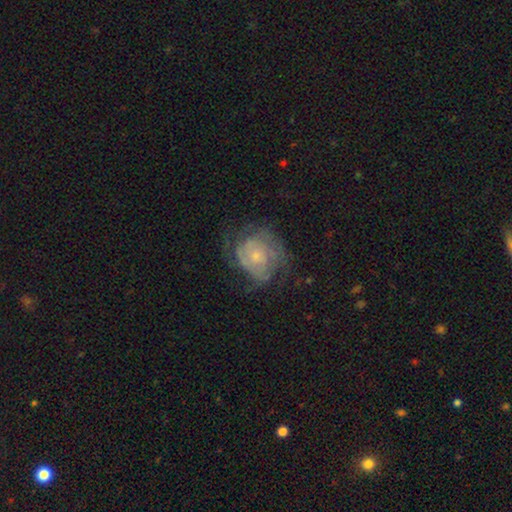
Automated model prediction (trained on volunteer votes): smooth_or_featured: featured or disk (p=0.63) [alt: smooth p=0.29]
disk_edge_on: no (p=0.98) [alt: yes p=0.02]
bar: no (p=0.81) [alt: weak p=0.17]
has_spiral_arms: yes (p=0.75) [alt: no p=0.25]
bulge_size: small (p=0.65) [alt: moderate p=0.25]
merging: none (p=0.50) [alt: minor disturbance p=0.25]